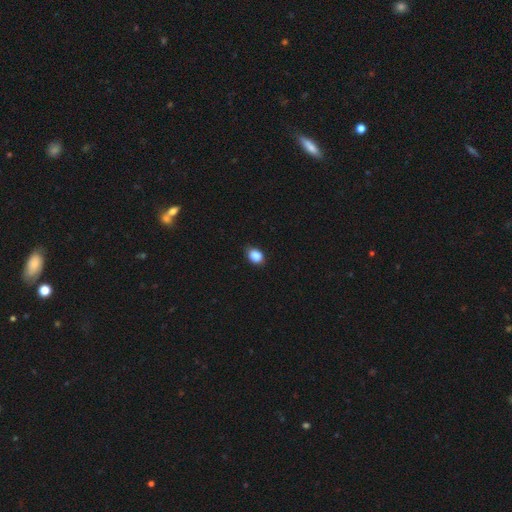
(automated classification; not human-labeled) smooth-or-featured: smooth: 87% | star or artifact: 9% | featured or disk: 4%
  how-rounded: in between: 62% | round: 36% | cigar-shaped: 1%
  merging: none: 81% | minor disturbance: 16% | major disturbance: 2% | merger: 1%